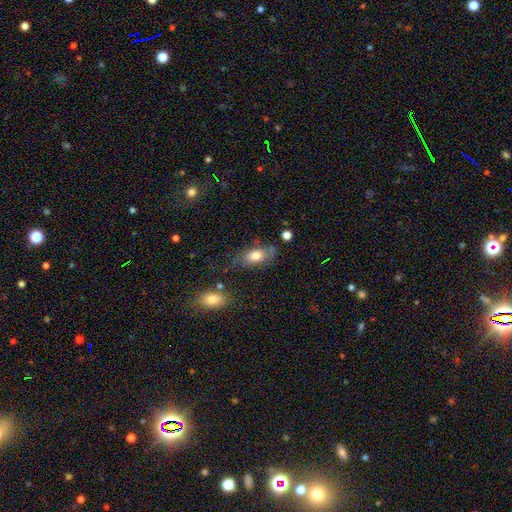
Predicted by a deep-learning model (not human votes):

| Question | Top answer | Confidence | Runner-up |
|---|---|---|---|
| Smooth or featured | smooth | 76% | featured or disk (15%) |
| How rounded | in between | 87% | round (9%) |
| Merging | none | 57% | minor disturbance (25%) |